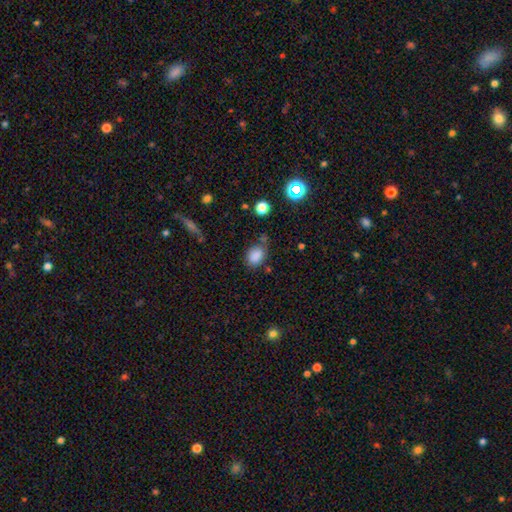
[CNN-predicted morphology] Smooth or featured?
  - smooth: 84% *
  - star or artifact: 11%
  - featured or disk: 5%
How rounded?
  - in between: 68% *
  - round: 31%
  - cigar-shaped: 1%
Merging?
  - none: 67% *
  - minor disturbance: 20%
  - merger: 8%
  - major disturbance: 6%